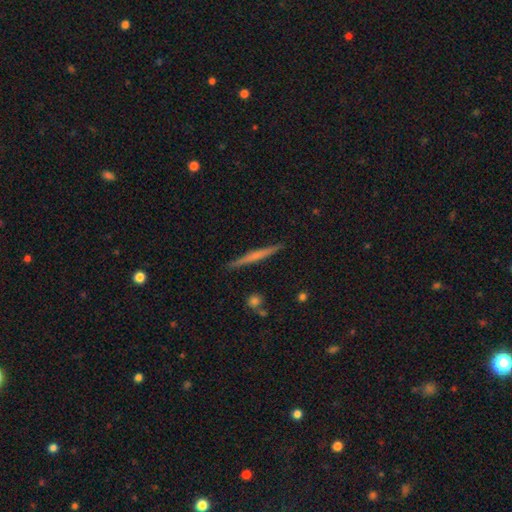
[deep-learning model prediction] A featured or disk galaxy (52%) viewed edge-on (98%) with no central bulge (66%).

Vote fractions:
- Smooth or featured? featured or disk: 52% / smooth: 42% / star or artifact: 6%
- Edge-on disk? yes: 98% / no: 2%
- Edge-on bulge? none: 66% / rounded: 24% / boxy: 10%
- Merging? none: 90% / minor disturbance: 7% / major disturbance: 1% / merger: 1%